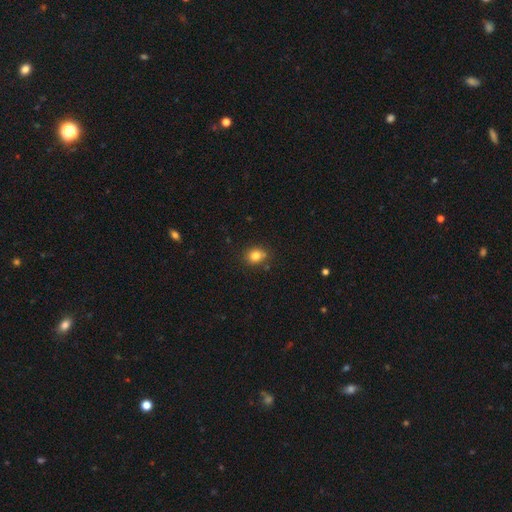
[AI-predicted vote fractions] smooth_or_featured: smooth (p=0.82) [alt: star or artifact p=0.11]
how_rounded: round (p=0.67) [alt: in between p=0.33]
merging: none (p=0.77) [alt: minor disturbance p=0.14]